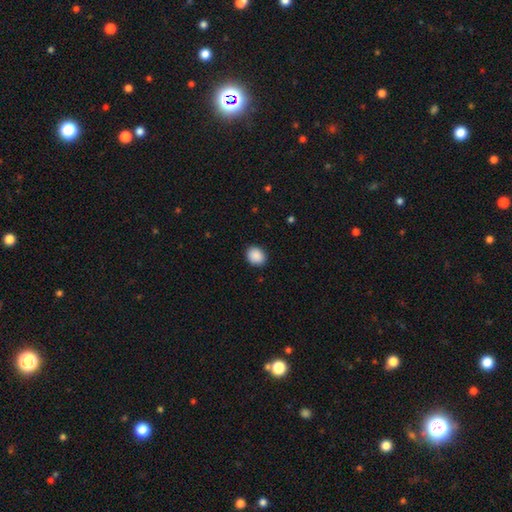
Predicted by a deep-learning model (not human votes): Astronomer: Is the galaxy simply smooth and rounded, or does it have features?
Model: smooth — 90%.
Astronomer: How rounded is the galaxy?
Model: round — 60% (runner-up: in between, 40%).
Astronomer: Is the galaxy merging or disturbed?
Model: none — 89%.